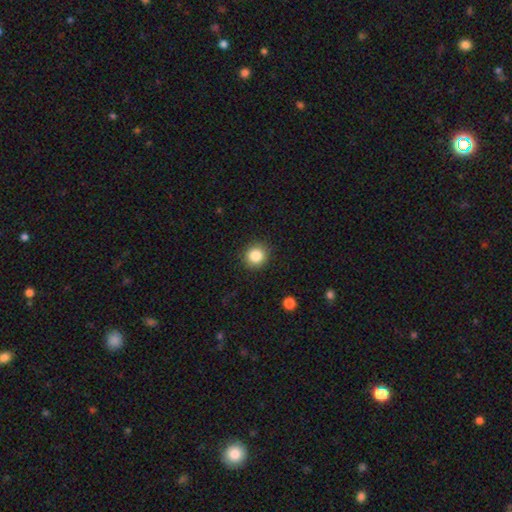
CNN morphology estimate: A smooth galaxy with no disk features (85%) that is round (90%). Merging: none (90%).